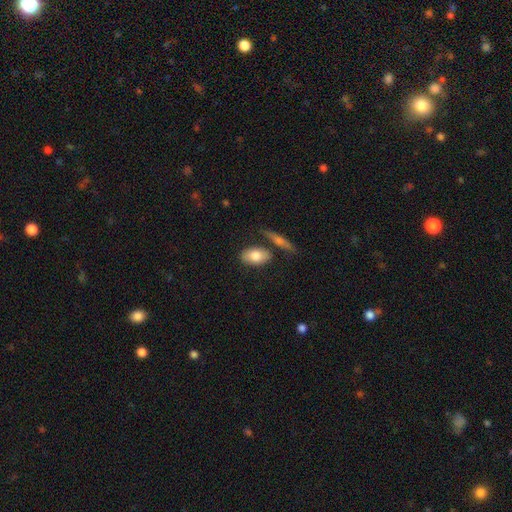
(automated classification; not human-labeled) This is likely a smooth galaxy (78%). How rounded: clearly in between (89%). Merging: likely none (67%).